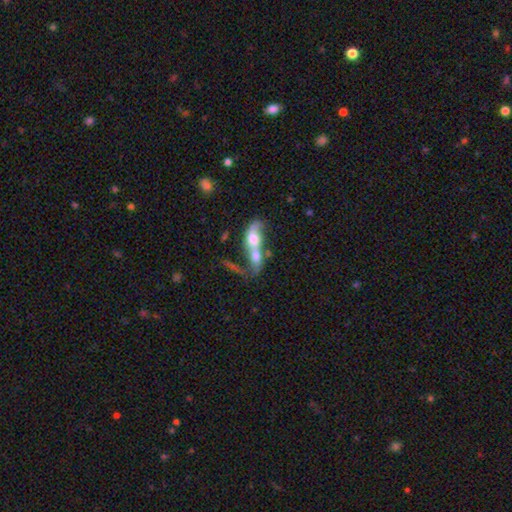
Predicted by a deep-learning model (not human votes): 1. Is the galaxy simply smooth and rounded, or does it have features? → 47% featured or disk, 43% smooth, 10% star or artifact.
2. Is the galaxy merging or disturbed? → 73% merger, 11% none, 11% major disturbance, 6% minor disturbance.